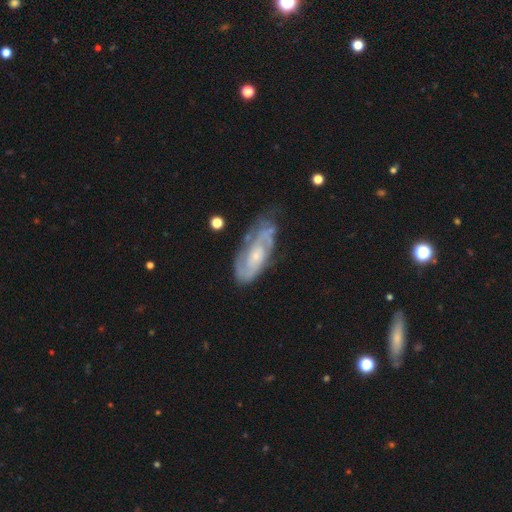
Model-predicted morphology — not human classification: Overall: featured or disk (81%). Edge-on disk: no (93%). Bar: no (65%; weak 28%). Spiral arms: yes (92%). Spiral arm count: 2 (49%; can't tell 30%). Spiral winding: tight (55%; medium 35%). Bulge size: small (65%; moderate 28%). Merging: none (58%; minor disturbance 27%).